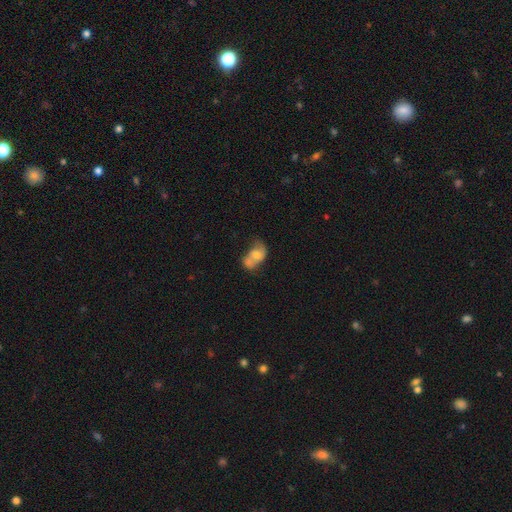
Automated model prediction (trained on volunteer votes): Smooth or featured: smooth — 57% (featured or disk — 34%)
How rounded: in between — 76% (round — 22%)
Merging: merger — 57% (none — 20%)